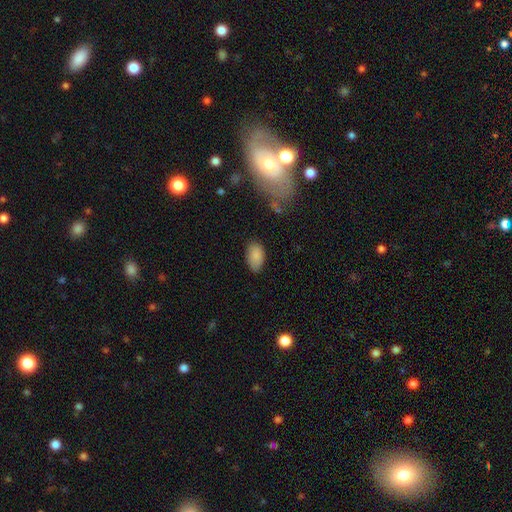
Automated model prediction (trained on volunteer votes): Smooth or featured: smooth — 86% (star or artifact — 8%)
How rounded: in between — 94% (round — 5%)
Merging: none — 77% (minor disturbance — 18%)